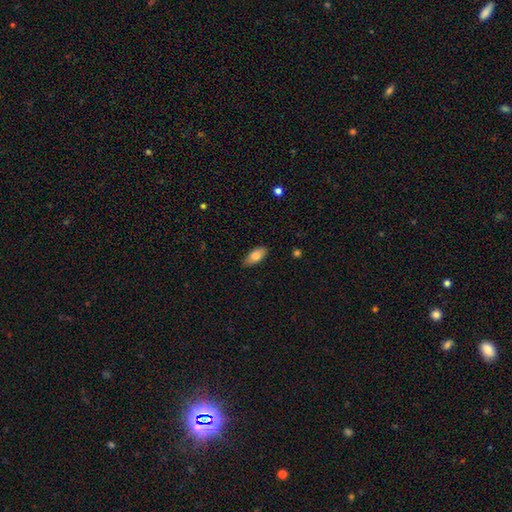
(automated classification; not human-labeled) This is likely a smooth galaxy (79%). How rounded: clearly in between (87%). Merging: clearly none (85%).